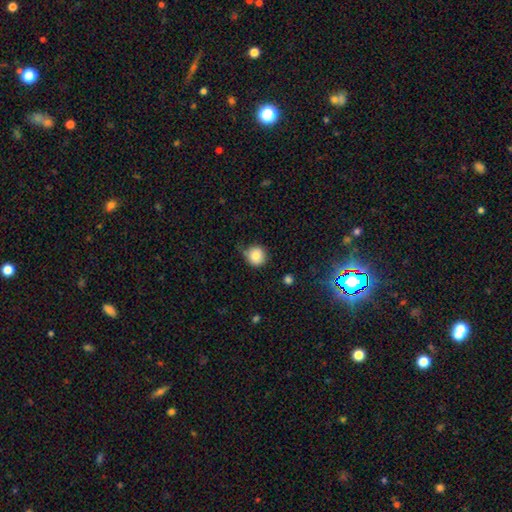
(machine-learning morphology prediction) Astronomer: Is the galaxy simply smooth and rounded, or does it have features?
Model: smooth — 82%.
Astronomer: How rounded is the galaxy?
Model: round — 93%.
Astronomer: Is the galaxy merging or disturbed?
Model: none — 71%.